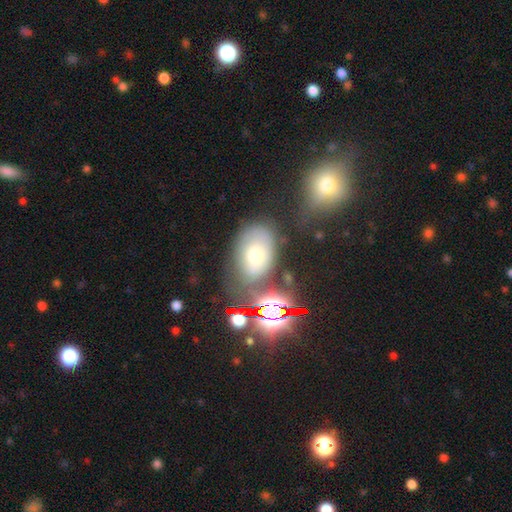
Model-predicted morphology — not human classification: Smooth or featured? smooth (59%)
How rounded? in between (81%)
Merging? none (60%)